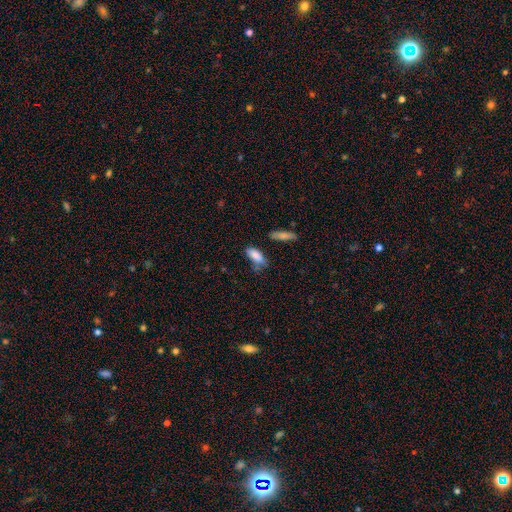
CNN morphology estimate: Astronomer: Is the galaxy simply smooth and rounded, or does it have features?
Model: smooth — 85%.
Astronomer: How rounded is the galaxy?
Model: in between — 79%.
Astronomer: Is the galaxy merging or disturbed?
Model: none — 61%.